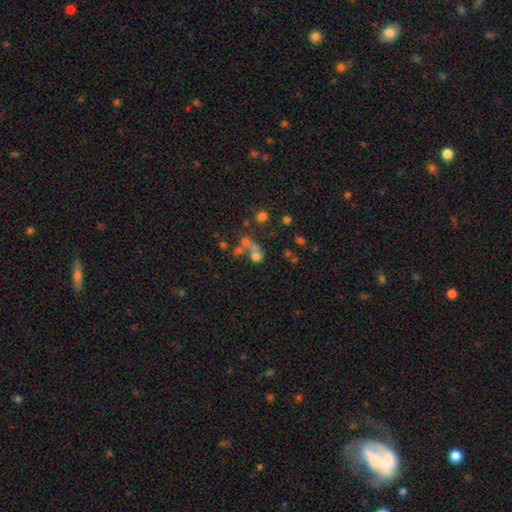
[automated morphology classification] A smooth galaxy with no disk features (56%) that is round (71%).

Vote fractions:
- Smooth or featured? smooth: 56% / featured or disk: 23% / star or artifact: 21%
- How rounded? round: 71% / in between: 27% / cigar-shaped: 2%
- Merging? merger: 52% / none: 29% / major disturbance: 11% / minor disturbance: 8%